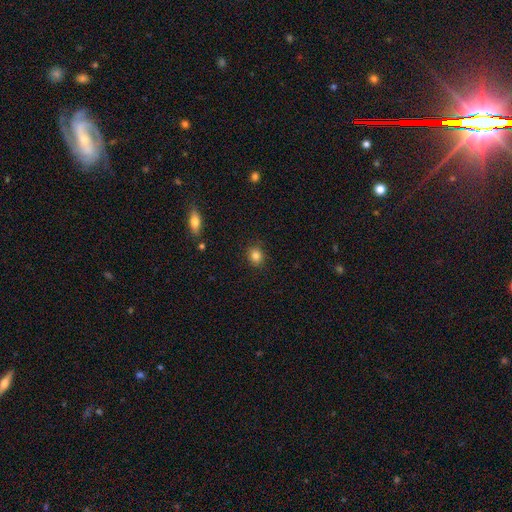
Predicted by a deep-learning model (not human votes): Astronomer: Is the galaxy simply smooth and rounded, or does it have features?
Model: smooth — 84%.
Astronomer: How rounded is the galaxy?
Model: round — 69%.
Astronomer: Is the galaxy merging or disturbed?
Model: none — 87%.